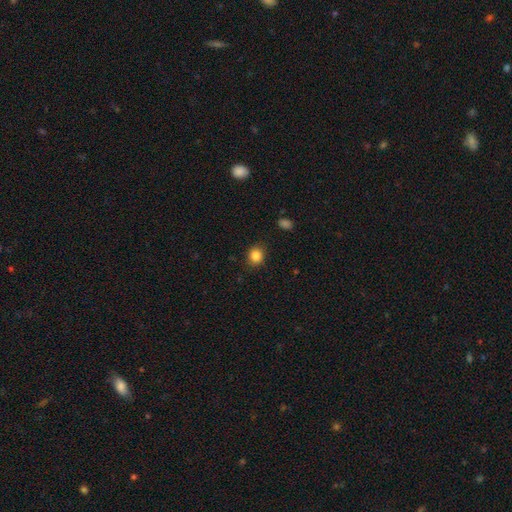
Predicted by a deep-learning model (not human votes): A smooth galaxy with no disk features (85%) that is round (70%). Merging: none (86%).